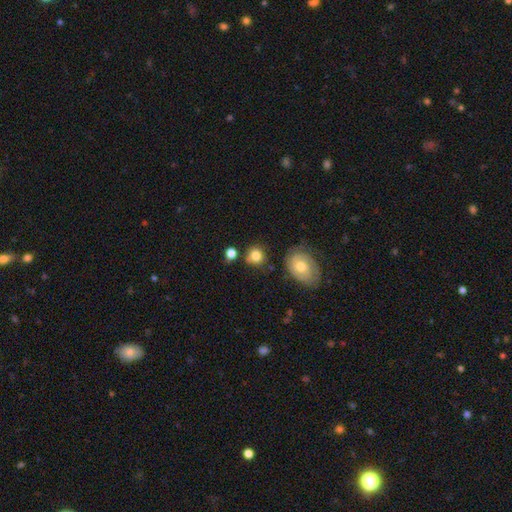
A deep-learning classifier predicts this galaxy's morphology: Smooth or featured?
  - smooth: 77% *
  - featured or disk: 14%
  - star or artifact: 10%
How rounded?
  - round: 82% *
  - in between: 17%
  - cigar-shaped: 1%
Merging?
  - none: 69% *
  - minor disturbance: 14%
  - merger: 12%
  - major disturbance: 5%